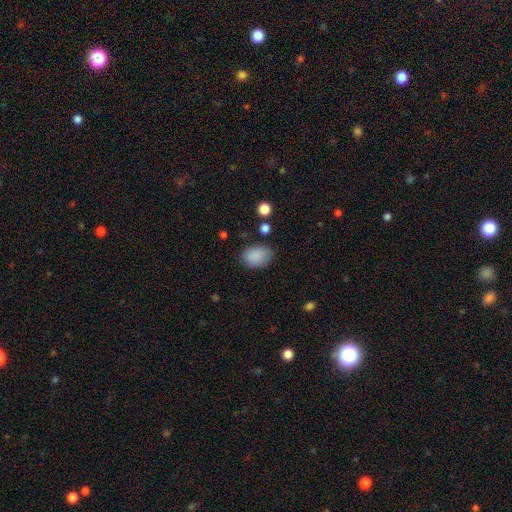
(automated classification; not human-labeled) Smooth or featured? smooth (87%)
How rounded? in between (80%)
Merging? none (78%)